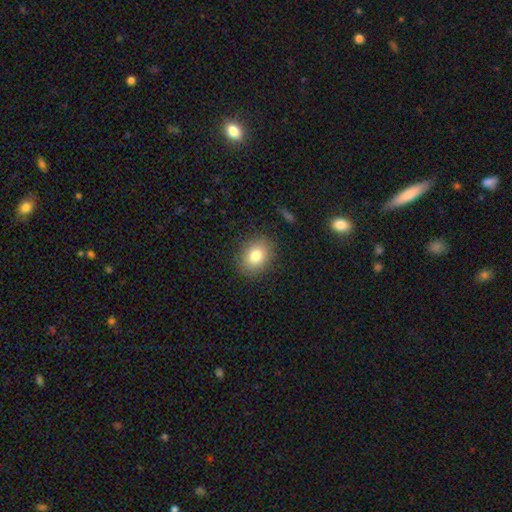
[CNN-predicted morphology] type=smooth (81%); roundness=round (50%); merging=none (88%).